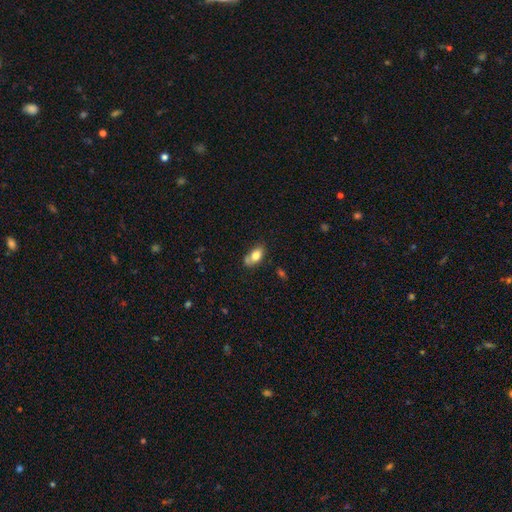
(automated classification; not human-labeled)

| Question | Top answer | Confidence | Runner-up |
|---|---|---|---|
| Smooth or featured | smooth | 77% | featured or disk (15%) |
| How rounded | in between | 88% | round (7%) |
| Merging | none | 56% | minor disturbance (23%) |